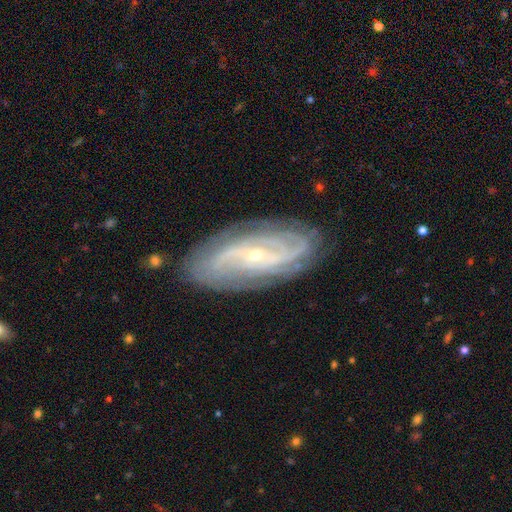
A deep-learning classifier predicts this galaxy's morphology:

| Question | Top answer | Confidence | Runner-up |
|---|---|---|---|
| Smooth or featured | featured or disk | 87% | smooth (7%) |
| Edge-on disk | no | 93% | yes (7%) |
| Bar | no | 54% | weak (31%) |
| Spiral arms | yes | 96% | no (4%) |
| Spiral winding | tight | 55% | medium (34%) |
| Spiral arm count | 2 | 32% | can't tell (26%) |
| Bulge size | small | 80% | moderate (17%) |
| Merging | none | 81% | minor disturbance (14%) |